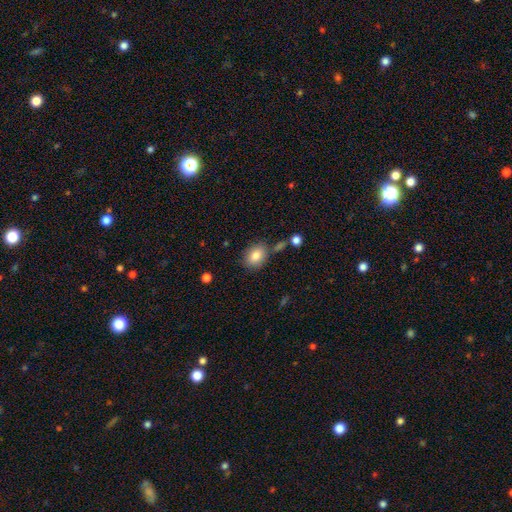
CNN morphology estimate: Overall: smooth (82%). How rounded: in between (62%; round 36%). Merging: none (75%).